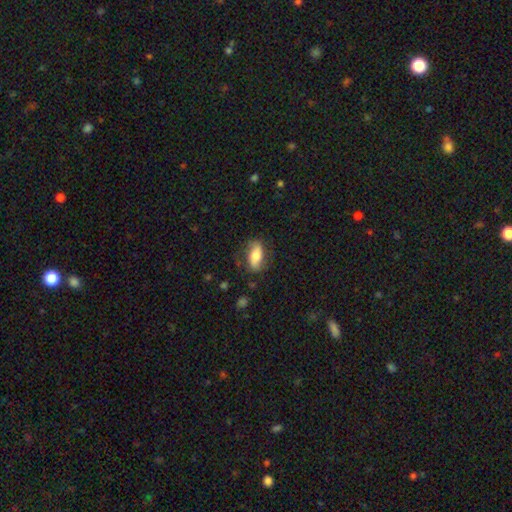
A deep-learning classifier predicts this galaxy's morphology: Smooth or featured?
  - smooth: 62% *
  - featured or disk: 31%
  - star or artifact: 7%
How rounded?
  - in between: 82% *
  - cigar-shaped: 13%
  - round: 5%
Merging?
  - none: 74% *
  - minor disturbance: 18%
  - major disturbance: 7%
  - merger: 1%